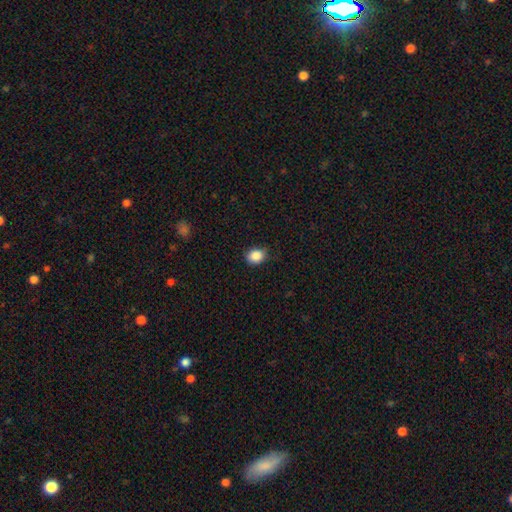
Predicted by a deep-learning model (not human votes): Overall: smooth (87%). How rounded: round (51%; in between 48%). Merging: none (76%).